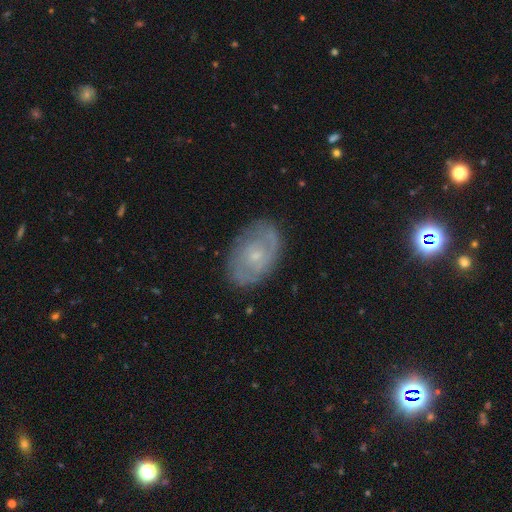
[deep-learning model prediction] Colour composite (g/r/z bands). It shows a featured or disk galaxy (65%) with no bar (75%), spiral arms (79%) and a small central bulge (75%). Merging: none (81%).